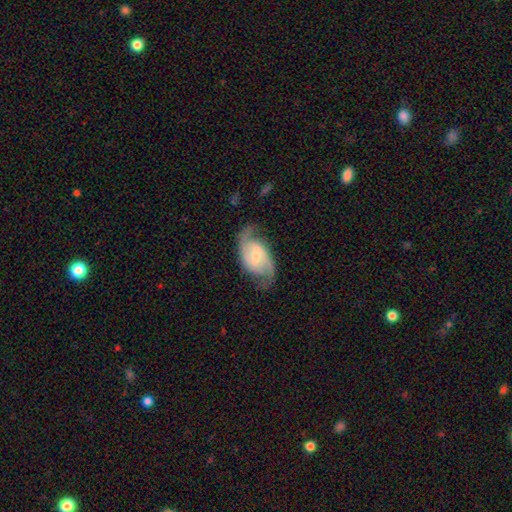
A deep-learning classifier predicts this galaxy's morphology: This is clearly a featured or disk galaxy (85%). It is clearly not viewed edge-on (97%). Bar: possibly weak (55%). Spiral arm pattern: clearly yes (96%). Spiral arm count: clearly 2 (91%). Spiral winding: possibly medium (49%). Central bulge: possibly moderate (45%). Merging: likely none (73%).